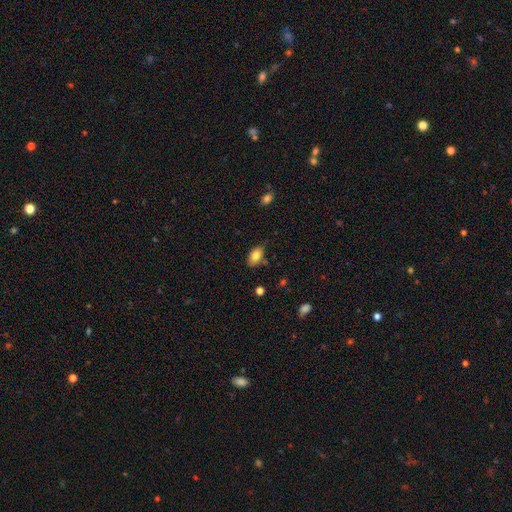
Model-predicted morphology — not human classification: smooth-or-featured: smooth: 81% | featured or disk: 10% | star or artifact: 8%
  how-rounded: in between: 90% | round: 8% | cigar-shaped: 2%
  merging: none: 73% | minor disturbance: 20% | major disturbance: 4% | merger: 3%